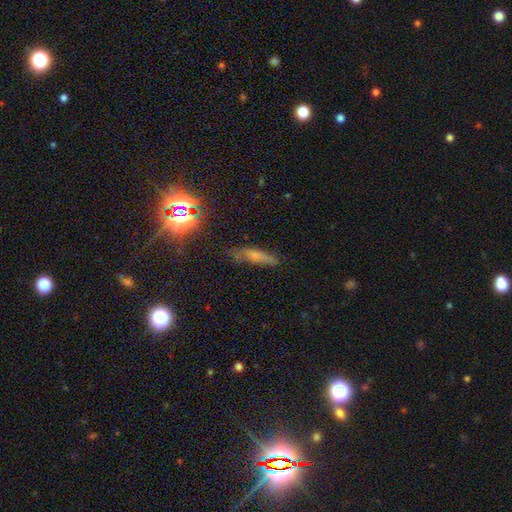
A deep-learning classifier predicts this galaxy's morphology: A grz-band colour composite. It shows a smooth galaxy with no disk features (56%) that is cigar-shaped (73%). Merging: none (65%).